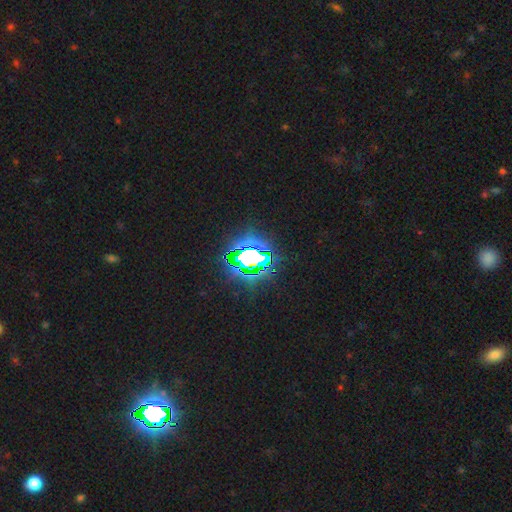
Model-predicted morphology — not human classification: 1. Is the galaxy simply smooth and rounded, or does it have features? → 74% star or artifact, 15% smooth, 12% featured or disk.